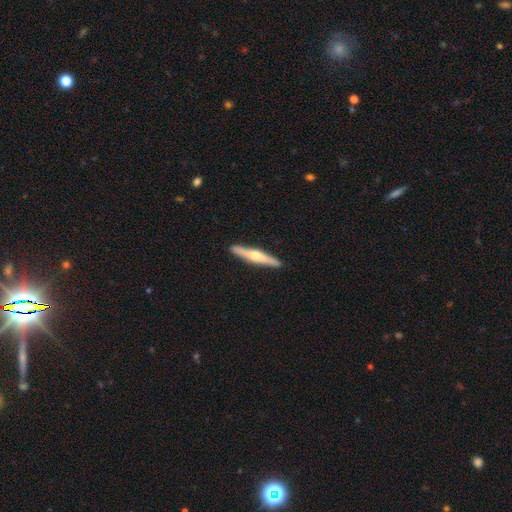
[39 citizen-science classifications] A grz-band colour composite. It shows a featured or disk galaxy (69%) viewed edge-on (100%) with a rounded central bulge (96%). Merging: none (97%).